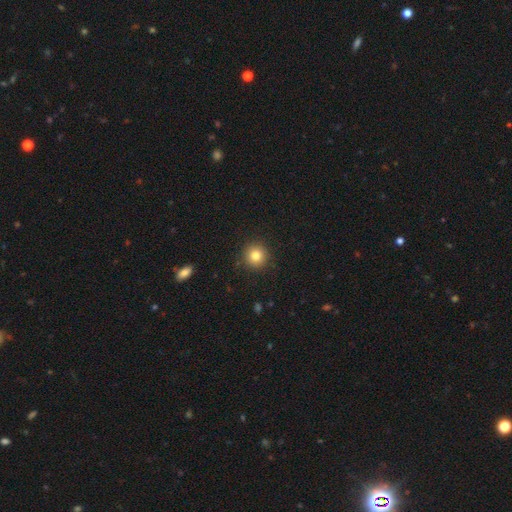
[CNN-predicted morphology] smooth 81%, star or artifact 12%, featured or disk 7%. Down the decision tree: how rounded — round (95%); merging — none (91%).